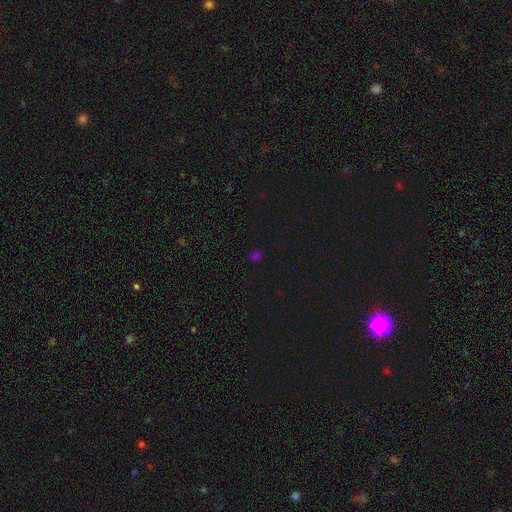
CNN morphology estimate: Smooth or featured: smooth — 61% (star or artifact — 35%)
How rounded: round — 69% (in between — 30%)
Merging: none — 85% (minor disturbance — 10%)